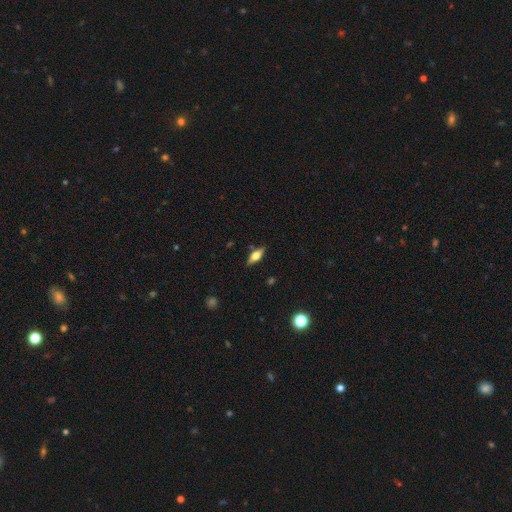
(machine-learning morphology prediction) The model was most divided on "smooth or featured": featured or disk: 50%, smooth: 42%, star or artifact: 8%. More confident: edge-on disk — yes (91%); merging — none (85%).